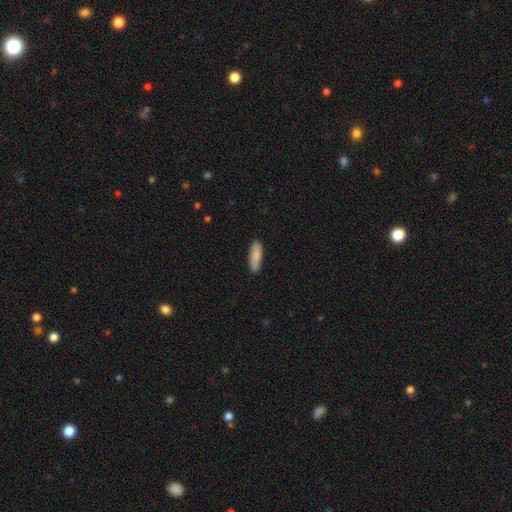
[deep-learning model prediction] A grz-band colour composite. It shows a smooth galaxy with no disk features (85%) that is in between round and cigar-shaped (51%). Merging: none (88%).